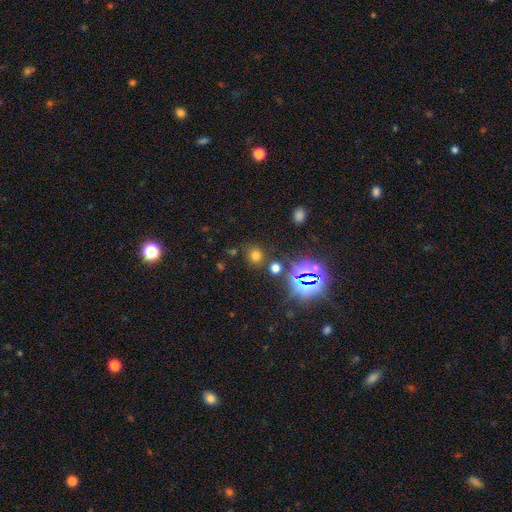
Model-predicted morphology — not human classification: Smooth or featured: smooth — 62% (star or artifact — 31%)
How rounded: round — 83% (in between — 16%)
Merging: none — 80% (minor disturbance — 9%)